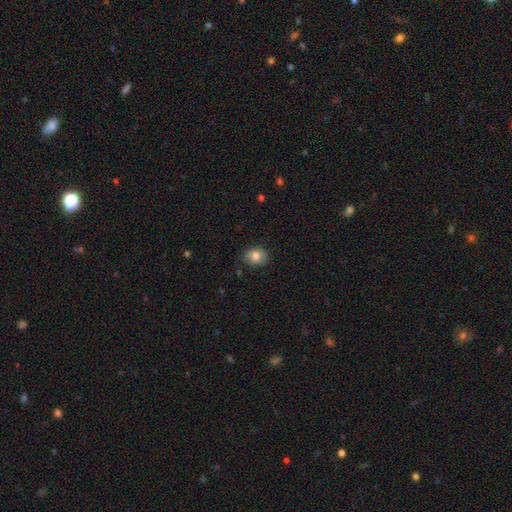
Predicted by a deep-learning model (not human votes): Smooth or featured: smooth — 79% (featured or disk — 12%)
How rounded: round — 56% (in between — 43%)
Merging: none — 74% (minor disturbance — 20%)